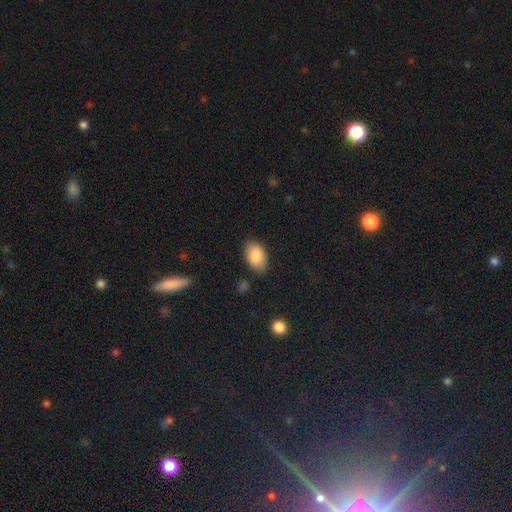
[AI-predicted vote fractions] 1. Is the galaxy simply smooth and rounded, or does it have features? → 88% smooth, 6% star or artifact, 5% featured or disk.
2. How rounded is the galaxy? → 92% in between, 7% round, 1% cigar-shaped.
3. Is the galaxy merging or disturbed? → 81% none, 14% minor disturbance, 3% major disturbance, 2% merger.